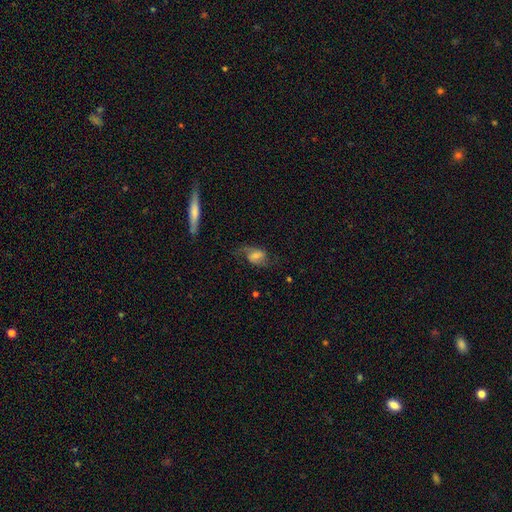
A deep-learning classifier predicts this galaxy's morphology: Smooth or featured?
  - featured or disk: 64% *
  - smooth: 27%
  - star or artifact: 9%
Edge-on disk?
  - no: 96% *
  - yes: 4%
Bar?
  - weak: 47% *
  - no: 28%
  - strong: 25%
Spiral arms?
  - yes: 90% *
  - no: 10%
Spiral winding?
  - loose: 53% *
  - medium: 37%
  - tight: 11%
Spiral arm count?
  - 2: 85% *
  - 1: 7%
  - can't tell: 5%
  - 3: 1%
  - 4: 1%
  - more than 4: 1%
Bulge size?
  - small: 39% *
  - moderate: 34%
  - none: 15%
  - large: 9%
  - dominant: 2%
Merging?
  - none: 60% *
  - minor disturbance: 20%
  - major disturbance: 18%
  - merger: 2%